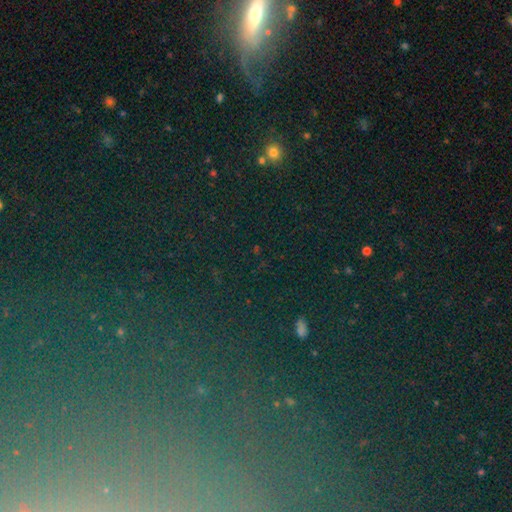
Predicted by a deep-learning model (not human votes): Morphology: type=star or artifact (71%).